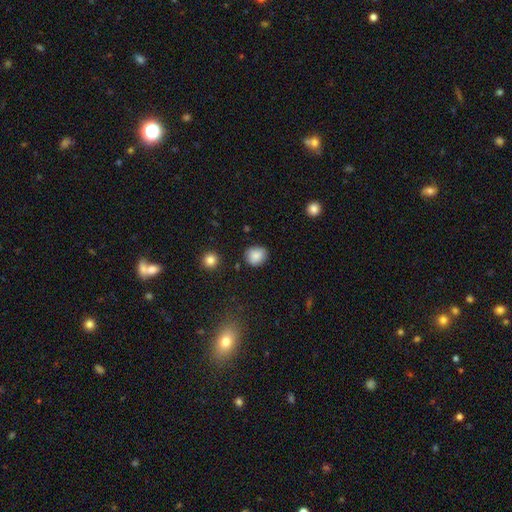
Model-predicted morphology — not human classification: A smooth galaxy with no disk features (86%) that is round (73%). Merging: none (81%).